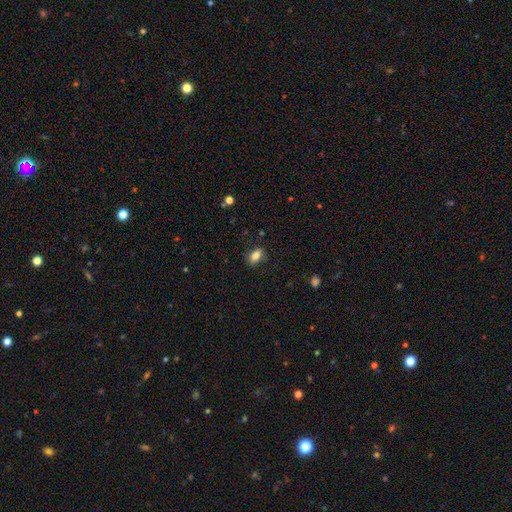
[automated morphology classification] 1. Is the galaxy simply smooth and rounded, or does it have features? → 79% smooth, 12% featured or disk, 9% star or artifact.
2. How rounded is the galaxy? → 83% in between, 10% round, 7% cigar-shaped.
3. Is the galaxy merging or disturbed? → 84% none, 12% minor disturbance, 3% major disturbance, 1% merger.